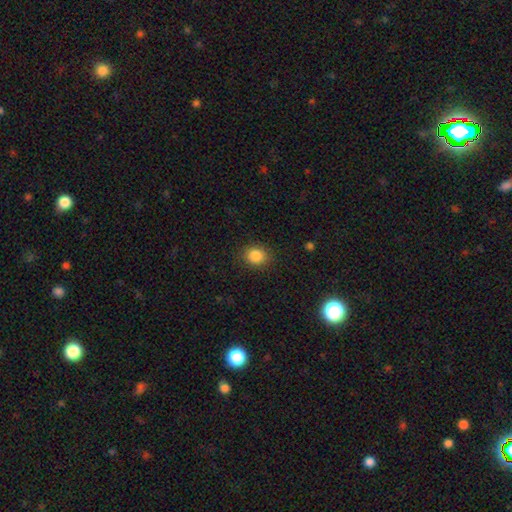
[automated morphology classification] Q: Smooth or featured?
A: smooth (86%); runner-up: star or artifact (10%)
Q: How rounded?
A: round (70%); runner-up: in between (30%)
Q: Merging?
A: none (87%); runner-up: minor disturbance (9%)